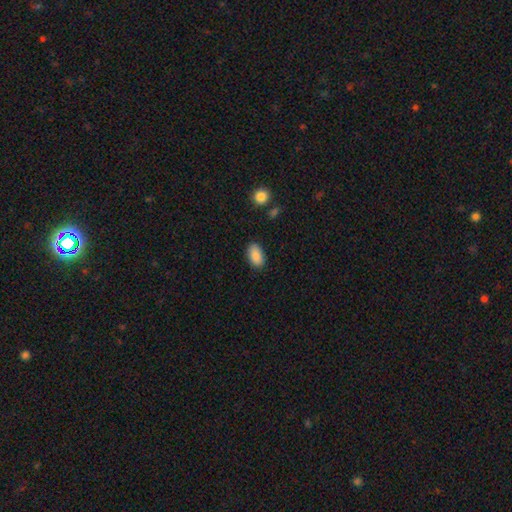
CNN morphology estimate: smooth_or_featured: smooth (p=0.87) [alt: star or artifact p=0.07]
how_rounded: in between (p=0.92) [alt: round p=0.06]
merging: none (p=0.84) [alt: minor disturbance p=0.12]